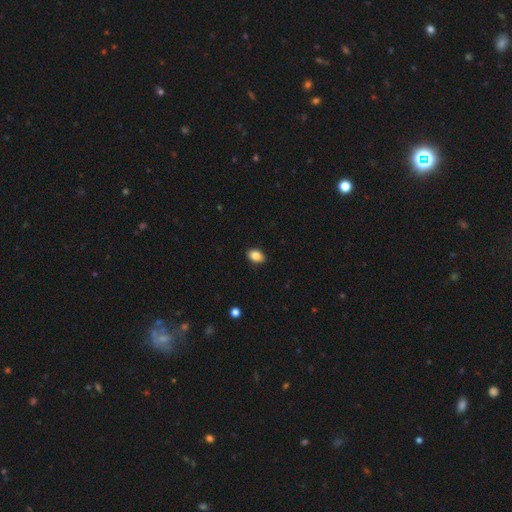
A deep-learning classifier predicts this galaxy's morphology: A smooth galaxy with no disk features (85%) that is in between round and cigar-shaped (82%). Merging: none (88%).